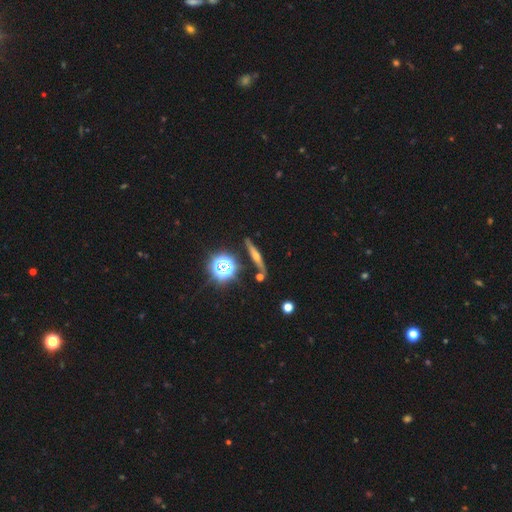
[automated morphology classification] This is likely a featured or disk galaxy (61%). It is clearly viewed edge-on (94%). Edge-on bulge: clearly rounded (86%). Merging: clearly none (85%).